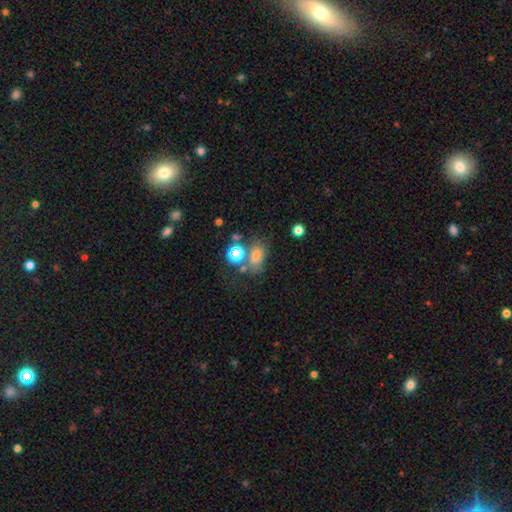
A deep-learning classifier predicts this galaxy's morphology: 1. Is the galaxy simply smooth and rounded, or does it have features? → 70% smooth, 18% star or artifact, 11% featured or disk.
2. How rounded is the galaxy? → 72% in between, 26% round, 2% cigar-shaped.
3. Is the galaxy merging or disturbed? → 50% none, 22% merger, 17% minor disturbance, 11% major disturbance.